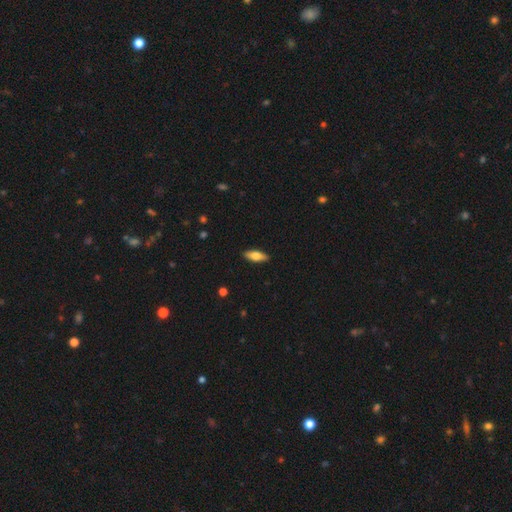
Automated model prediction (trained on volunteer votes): Q: Smooth or featured?
A: smooth (68%); runner-up: featured or disk (26%)
Q: How rounded?
A: in between (63%); runner-up: cigar-shaped (34%)
Q: Merging?
A: none (89%); runner-up: minor disturbance (8%)